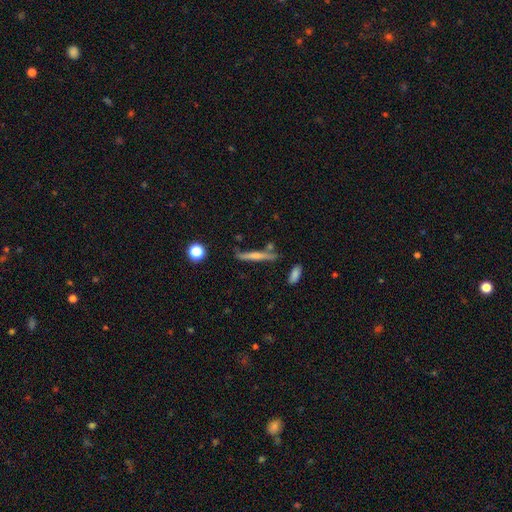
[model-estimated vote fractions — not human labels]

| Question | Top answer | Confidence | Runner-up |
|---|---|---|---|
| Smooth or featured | smooth | 50% | featured or disk (42%) |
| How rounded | cigar-shaped | 92% | in between (6%) |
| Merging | none | 75% | minor disturbance (14%) |